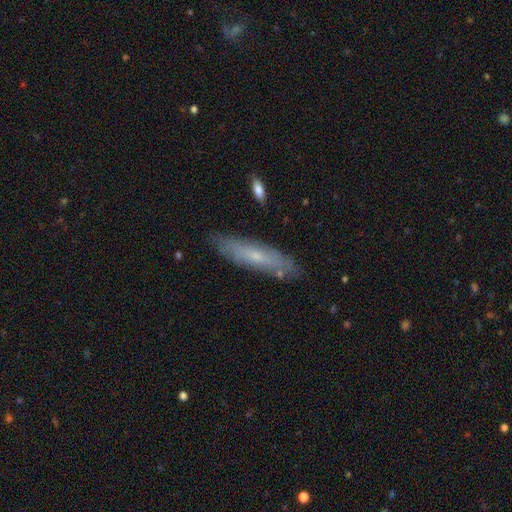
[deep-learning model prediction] smooth 46% (tied), featured or disk 46% (tied), star or artifact 7%. Down the decision tree: merging — none (80%).